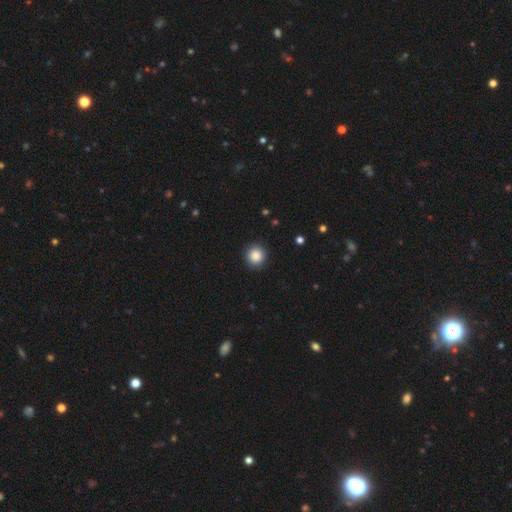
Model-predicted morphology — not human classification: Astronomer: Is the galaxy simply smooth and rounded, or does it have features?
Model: smooth — 87%.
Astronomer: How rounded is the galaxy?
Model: round — 95%.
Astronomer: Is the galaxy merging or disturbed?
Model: none — 91%.